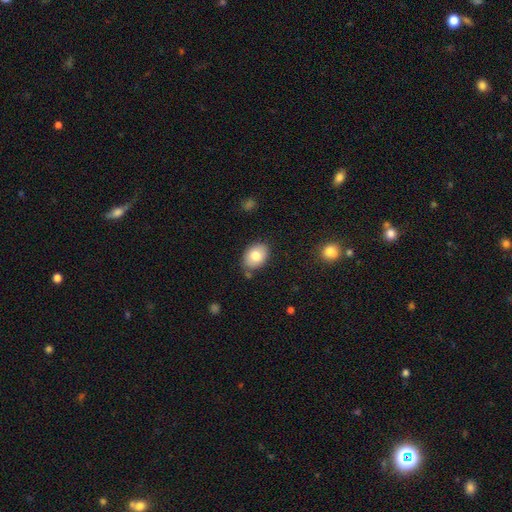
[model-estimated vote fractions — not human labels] Morphology: type=smooth (81%); roundness=in between (74%); merging=none (78%).